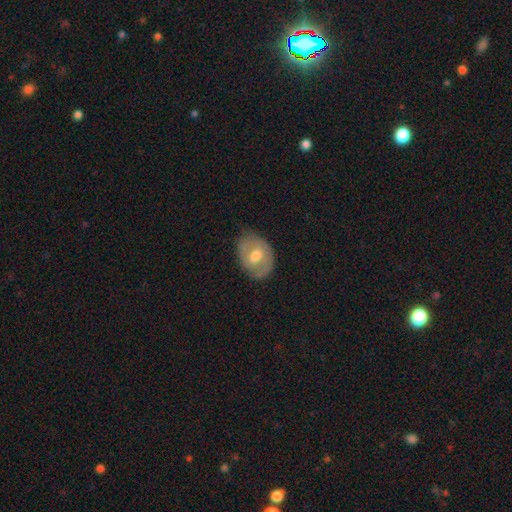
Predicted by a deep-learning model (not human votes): Morphology: type=featured or disk (50%); edge-on=no (94%); merging=none (72%).